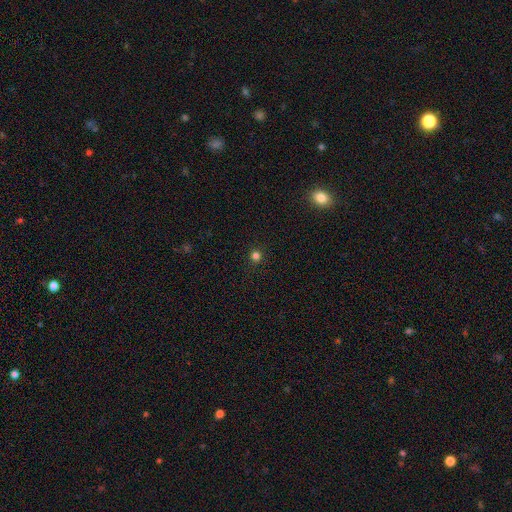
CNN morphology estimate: The model was most divided on "smooth or featured": smooth: 79%, star or artifact: 17%, featured or disk: 4%. More confident: how rounded — round (94%); merging — none (92%).